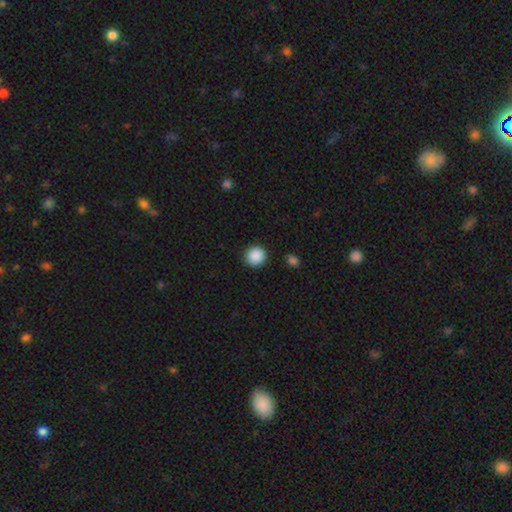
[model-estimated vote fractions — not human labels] A smooth galaxy with no disk features (89%) that is round (93%). Merging: none (91%).